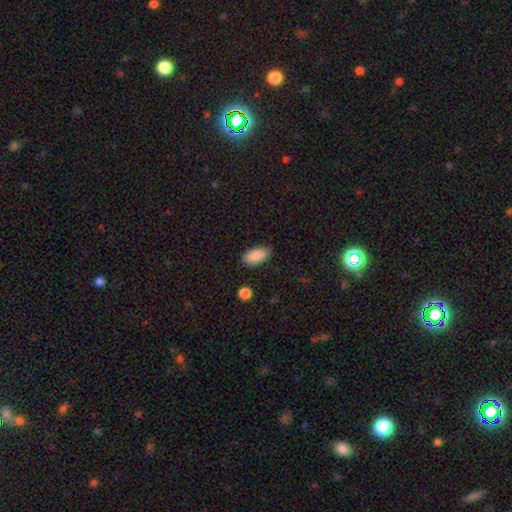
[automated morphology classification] smooth_or_featured: smooth (p=0.89) [alt: star or artifact p=0.07]
how_rounded: in between (p=0.92) [alt: cigar-shaped p=0.05]
merging: none (p=0.87) [alt: minor disturbance p=0.10]